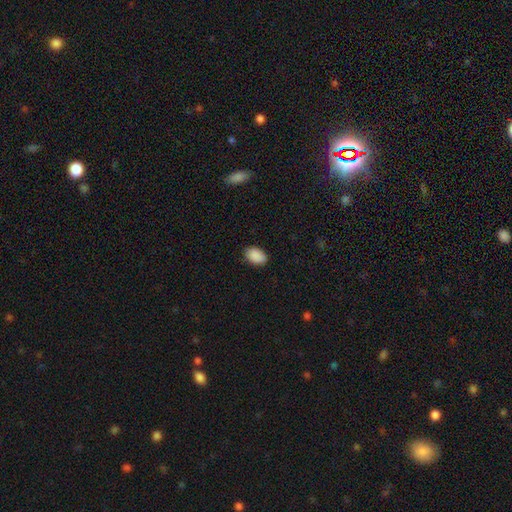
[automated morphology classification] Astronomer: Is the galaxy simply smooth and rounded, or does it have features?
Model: smooth — 90%.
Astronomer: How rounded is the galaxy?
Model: in between — 89%.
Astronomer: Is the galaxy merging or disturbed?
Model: none — 86%.